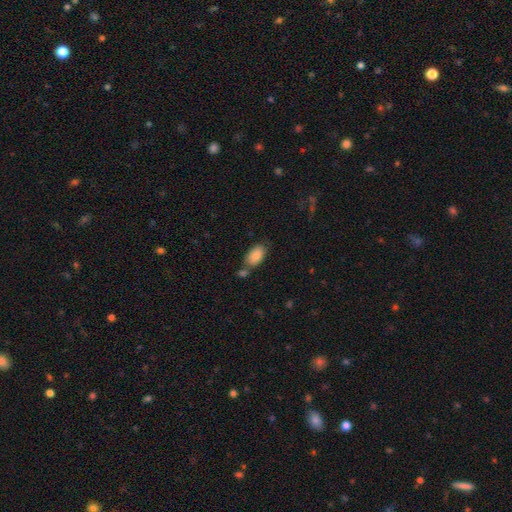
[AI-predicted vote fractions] A smooth galaxy with no disk features (86%) that is in between round and cigar-shaped (93%). Merging: none (62%).